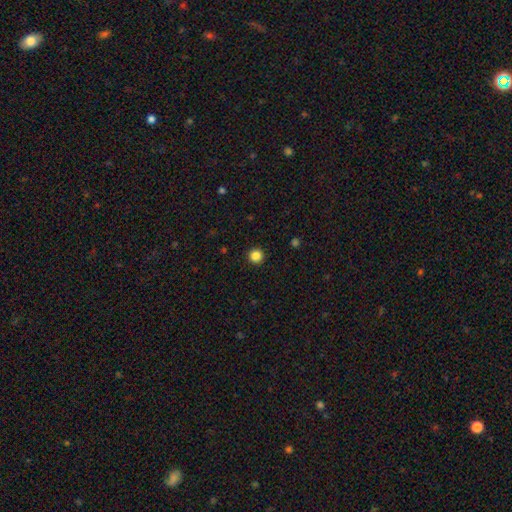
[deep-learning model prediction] A smooth galaxy with no disk features (85%) that is round (96%).

Vote fractions:
- Smooth or featured? smooth: 85% / star or artifact: 12% / featured or disk: 3%
- How rounded? round: 96% / in between: 3% / cigar-shaped: 1%
- Merging? none: 93% / minor disturbance: 4% / major disturbance: 2% / merger: 1%